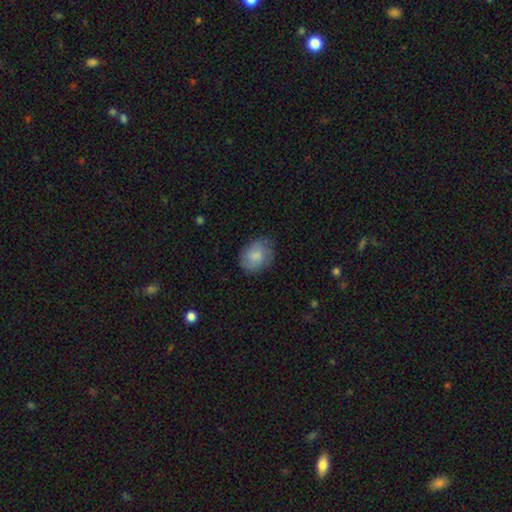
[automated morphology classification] This is clearly a smooth galaxy (81%). How rounded: likely in between (67%). Merging: likely none (74%).